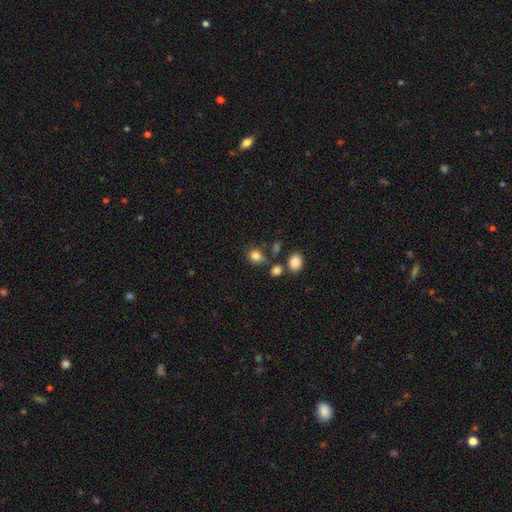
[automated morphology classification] Overall: smooth (82%). How rounded: round (50%; in between 48%). Merging: none (64%).